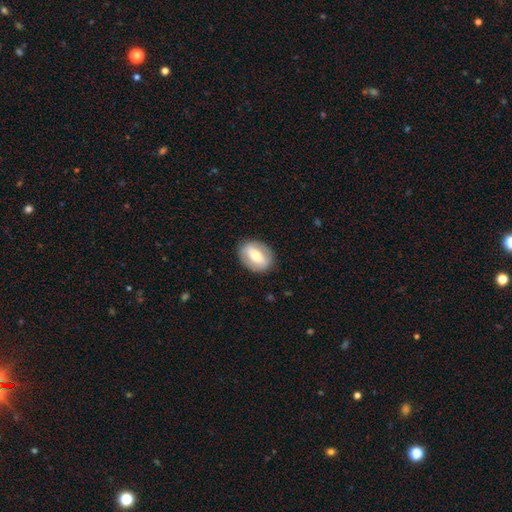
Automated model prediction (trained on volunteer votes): smooth-or-featured: smooth: 49% | featured or disk: 44% | star or artifact: 6%
  merging: none: 86% | minor disturbance: 10% | major disturbance: 3% | merger: 1%